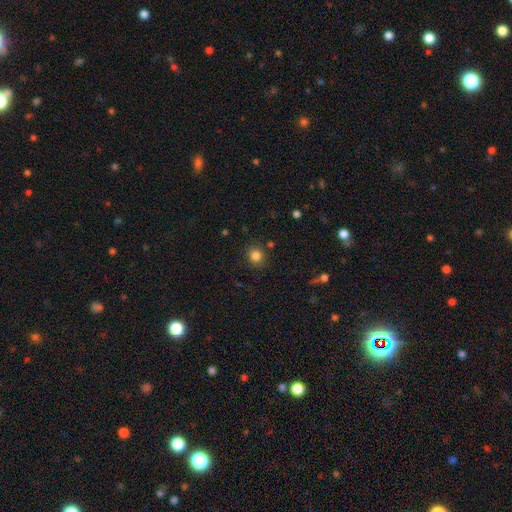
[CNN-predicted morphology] A smooth galaxy with no disk features (83%) that is round (87%).

Vote fractions:
- Smooth or featured? smooth: 83% / star or artifact: 12% / featured or disk: 5%
- How rounded? round: 87% / in between: 13% / cigar-shaped: 1%
- Merging? none: 86% / minor disturbance: 9% / major disturbance: 3% / merger: 3%